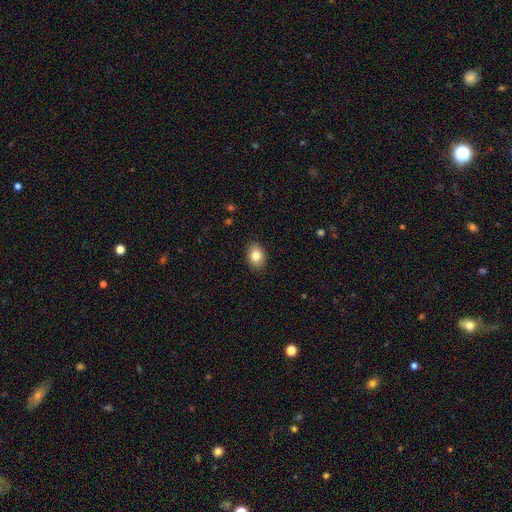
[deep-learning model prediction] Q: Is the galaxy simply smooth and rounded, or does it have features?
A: smooth — 83%.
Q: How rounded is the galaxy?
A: in between — 78%.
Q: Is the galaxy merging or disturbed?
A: none — 89%.